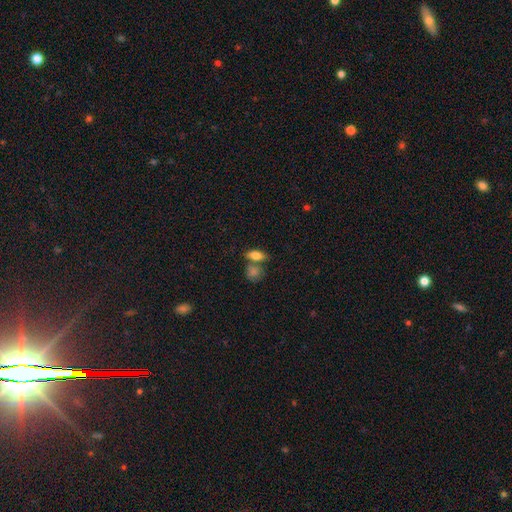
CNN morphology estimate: Smooth or featured: smooth — 74% (featured or disk — 17%)
How rounded: in between — 77% (cigar-shaped — 14%)
Merging: none — 53% (merger — 29%)